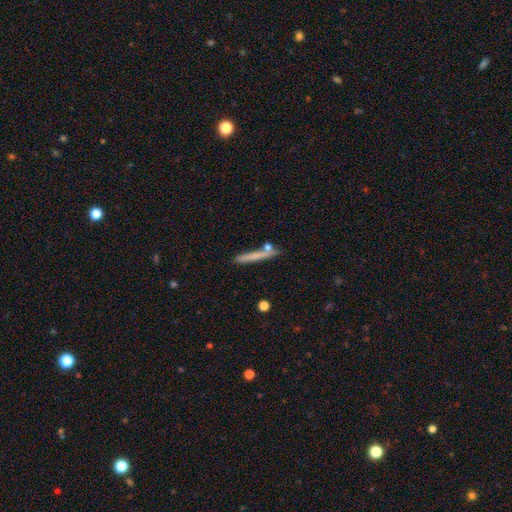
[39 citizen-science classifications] Smooth or featured?
  - smooth: 64% *
  - featured or disk: 33%
  - star or artifact: 3%
How rounded?
  - cigar-shaped: 96% *
  - in between: 4%
  - round: 0%
Merging?
  - none: 87% *
  - minor disturbance: 8%
  - major disturbance: 5%
  - merger: 0%